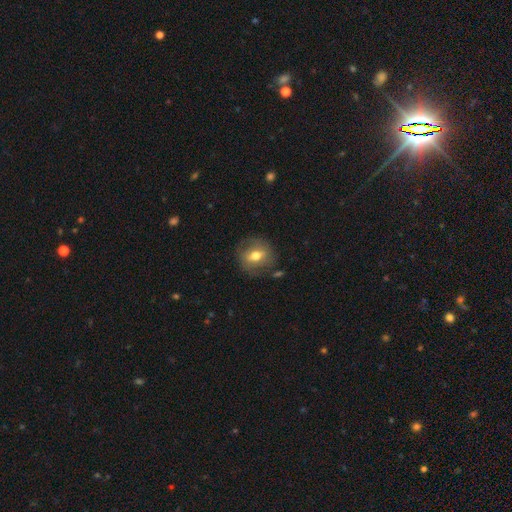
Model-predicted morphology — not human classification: Smooth or featured? smooth (60%)
How rounded? round (70%)
Merging? none (77%)